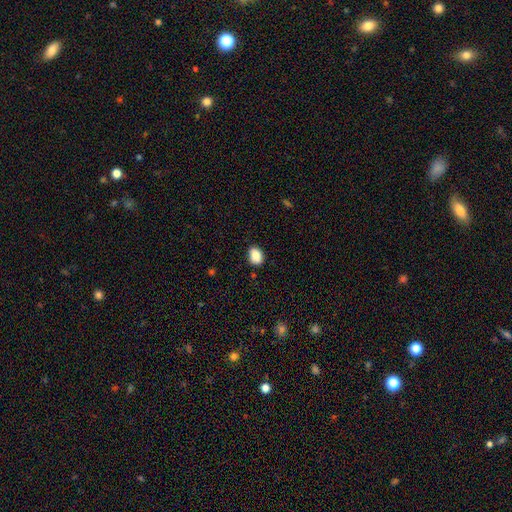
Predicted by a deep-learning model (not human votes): A smooth galaxy with no disk features (88%) that is in between round and cigar-shaped (79%). Merging: none (86%).